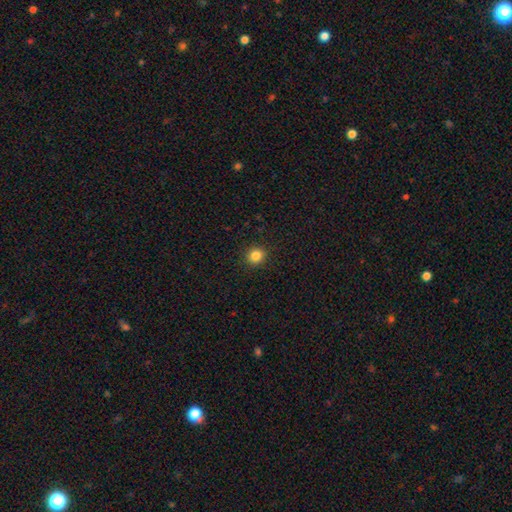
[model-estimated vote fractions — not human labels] Overall: smooth (85%). How rounded: round (85%). Merging: none (92%).